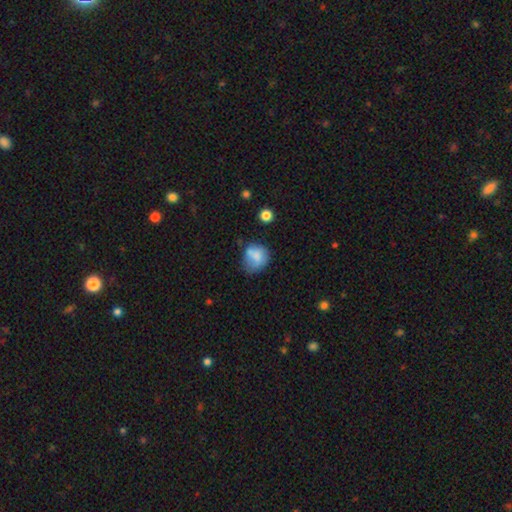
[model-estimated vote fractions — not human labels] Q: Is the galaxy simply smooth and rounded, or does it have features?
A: smooth — 67%.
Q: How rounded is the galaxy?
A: round — 68%.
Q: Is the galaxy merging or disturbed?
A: none — 43%.